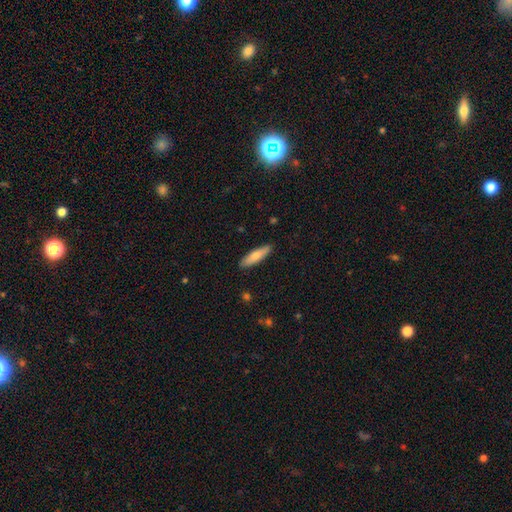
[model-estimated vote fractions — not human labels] This is likely a smooth galaxy (76%). How rounded: likely cigar-shaped (69%). Merging: clearly none (89%).